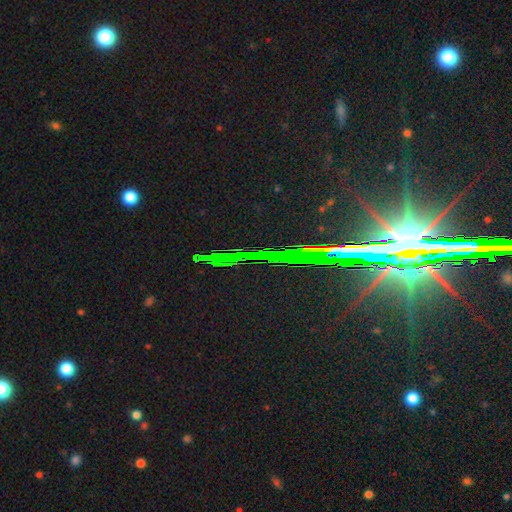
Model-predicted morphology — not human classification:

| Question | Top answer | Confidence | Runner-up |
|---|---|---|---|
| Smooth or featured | star or artifact | 81% | featured or disk (10%) |